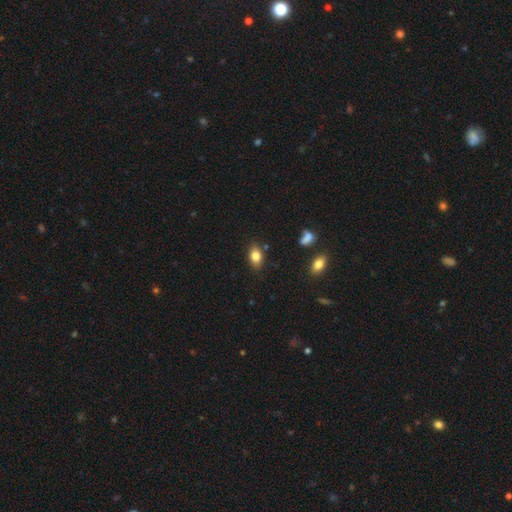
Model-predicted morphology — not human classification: type=smooth (80%); roundness=in between (81%); merging=none (82%).